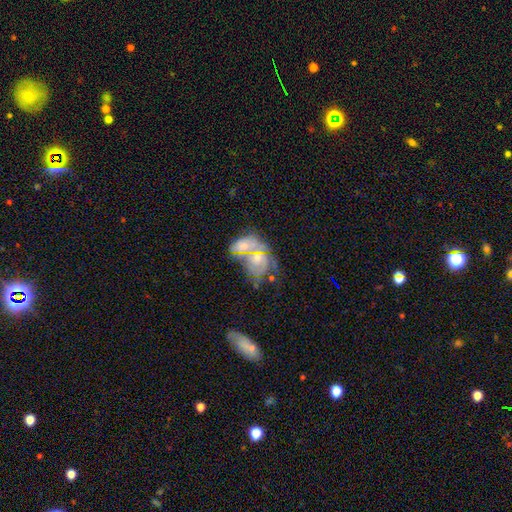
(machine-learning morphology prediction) featured or disk 61%, smooth 25%, star or artifact 14%. Down the decision tree: edge-on disk — no (96%); bar — no (71%); spiral arms — yes (74%); bulge size — small (45%); merging — merger (48%).